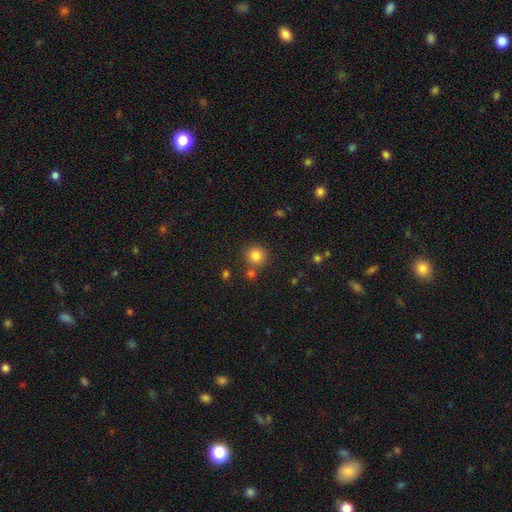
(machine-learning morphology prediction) The model was most divided on "merging": none: 77%, merger: 12%, minor disturbance: 8%, major disturbance: 3%. More confident: how rounded — round (93%); smooth or featured — smooth (84%).